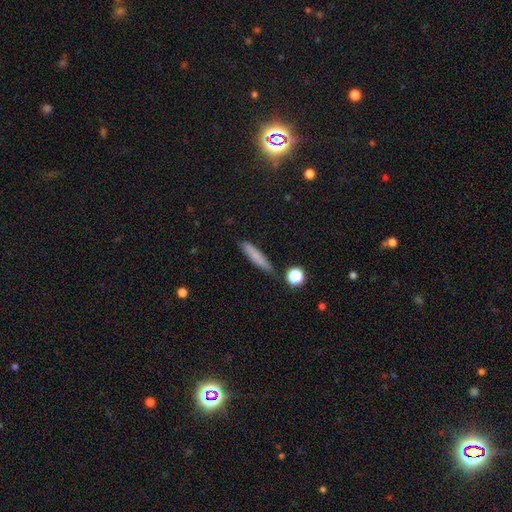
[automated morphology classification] smooth-or-featured: smooth: 78% | featured or disk: 14% | star or artifact: 8%
  how-rounded: cigar-shaped: 88% | in between: 10% | round: 2%
  merging: none: 81% | minor disturbance: 13% | merger: 3% | major disturbance: 3%